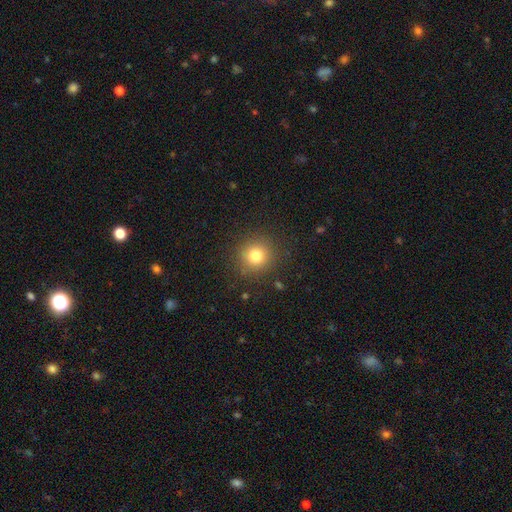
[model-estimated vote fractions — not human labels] smooth_or_featured: smooth (p=0.80) [alt: star or artifact p=0.13]
how_rounded: round (p=0.92) [alt: in between p=0.07]
merging: none (p=0.88) [alt: minor disturbance p=0.08]